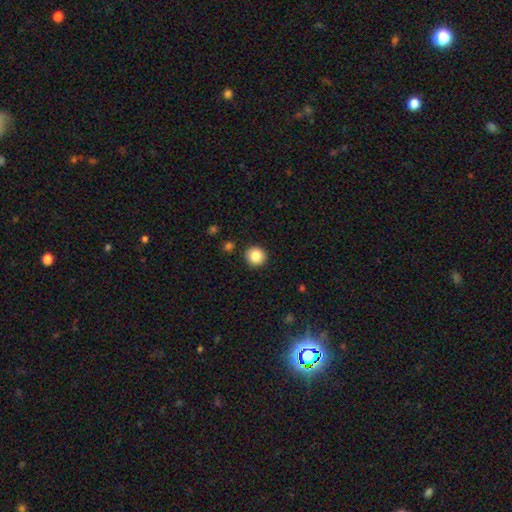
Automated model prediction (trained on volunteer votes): smooth 86%, star or artifact 9%, featured or disk 5%. Down the decision tree: how rounded — round (93%); merging — none (91%).